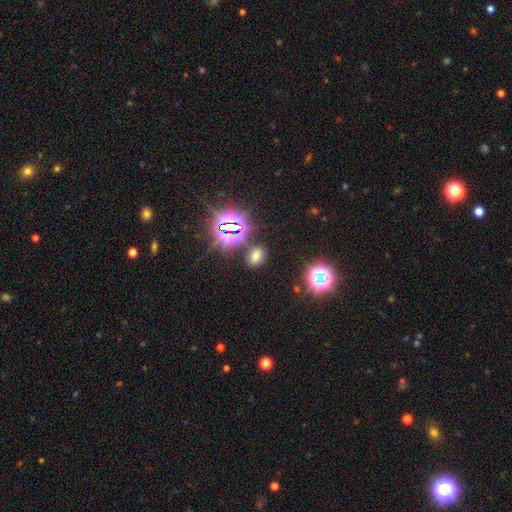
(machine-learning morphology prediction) smooth_or_featured: smooth (p=0.54) [alt: star or artifact p=0.38]
how_rounded: in between (p=0.72) [alt: round p=0.26]
merging: none (p=0.80) [alt: minor disturbance p=0.10]